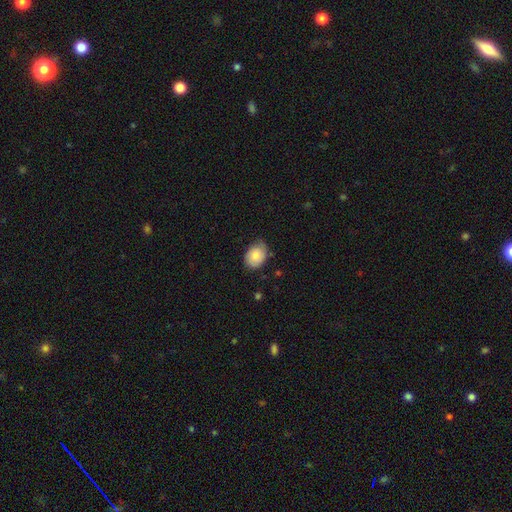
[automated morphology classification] This appears to be a smooth galaxy with no disk features (75%) that is in between round and cigar-shaped (65%). Merging: none (62%).